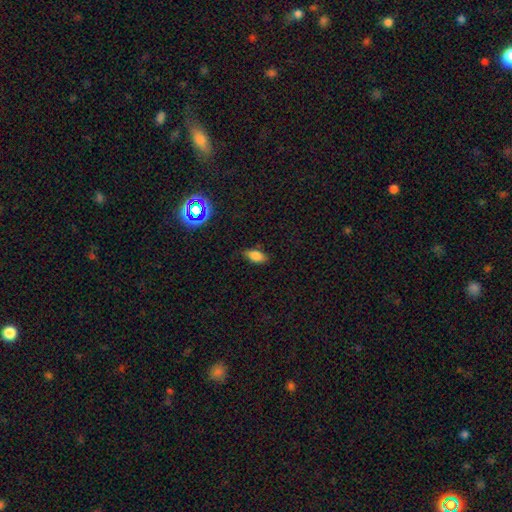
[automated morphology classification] smooth 80%, star or artifact 11%, featured or disk 9%. Down the decision tree: how rounded — in between (87%); merging — none (78%).